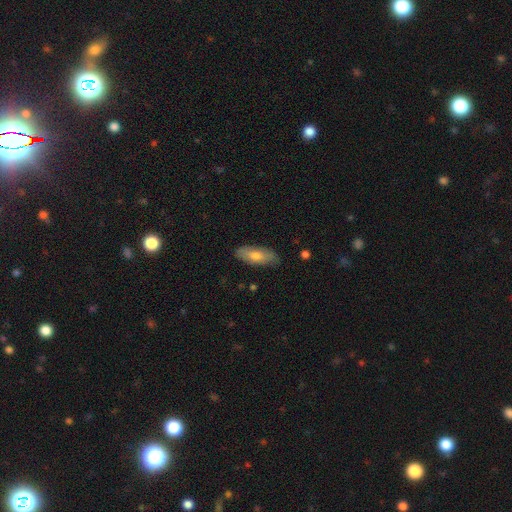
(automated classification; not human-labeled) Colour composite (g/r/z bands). It shows a smooth galaxy with no disk features (70%) that is in between round and cigar-shaped (76%). Merging: none (82%).